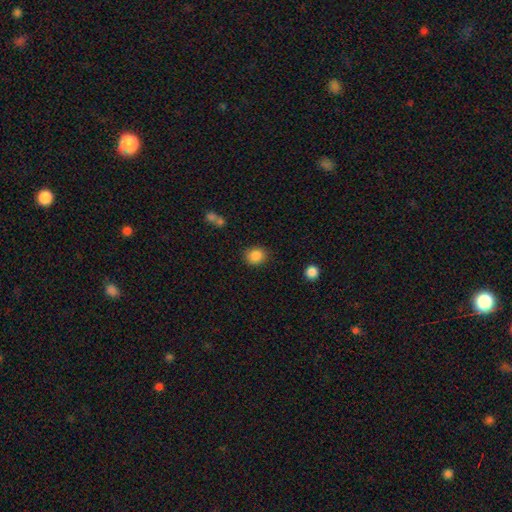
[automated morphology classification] Q: Smooth or featured?
A: smooth (87%); runner-up: star or artifact (9%)
Q: How rounded?
A: round (71%); runner-up: in between (28%)
Q: Merging?
A: none (84%); runner-up: minor disturbance (10%)